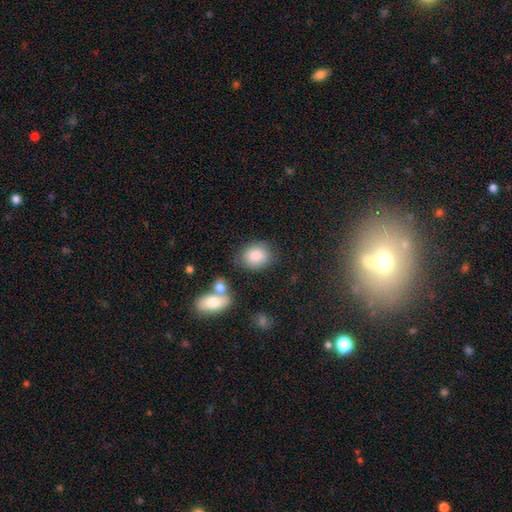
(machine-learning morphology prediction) This is clearly a smooth galaxy (85%). How rounded: possibly in between (60%). Merging: likely none (72%).